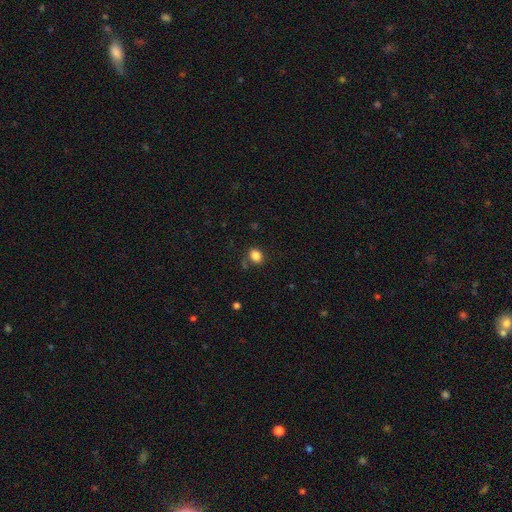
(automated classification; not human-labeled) The model was most divided on "how rounded": round: 53%, in between: 47%, cigar-shaped: 1%. More confident: smooth or featured — smooth (84%); merging — none (77%).